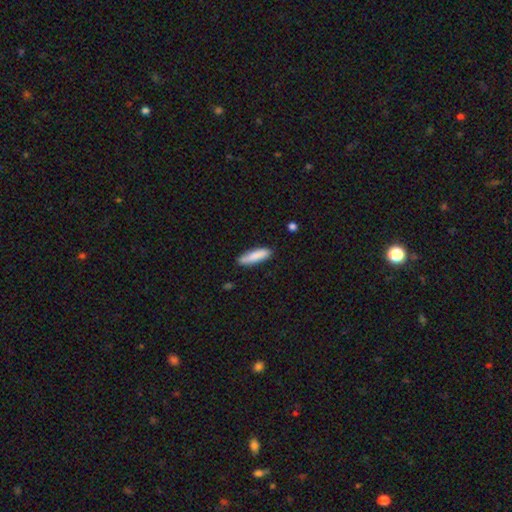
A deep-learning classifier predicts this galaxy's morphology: Overall: smooth (84%). How rounded: cigar-shaped (66%; in between 33%). Merging: none (83%).